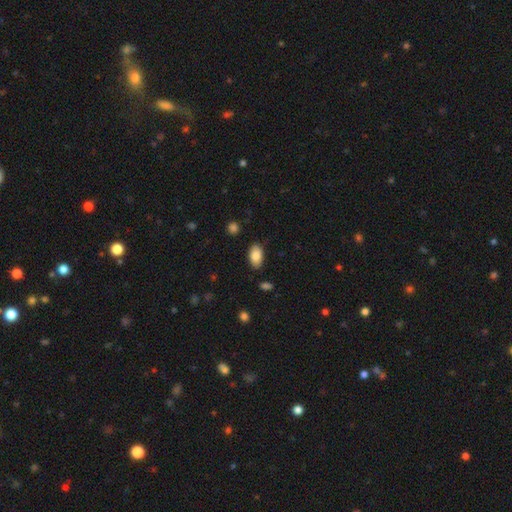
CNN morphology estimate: smooth 84%, featured or disk 9%, star or artifact 7%. Down the decision tree: how rounded — in between (94%); merging — none (85%).